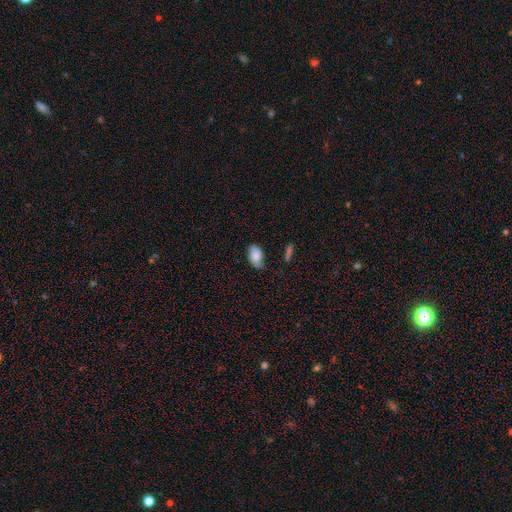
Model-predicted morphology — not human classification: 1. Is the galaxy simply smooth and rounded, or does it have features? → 73% smooth, 19% featured or disk, 7% star or artifact.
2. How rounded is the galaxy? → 92% in between, 6% round, 2% cigar-shaped.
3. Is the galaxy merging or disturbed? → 66% none, 26% minor disturbance, 6% major disturbance, 2% merger.